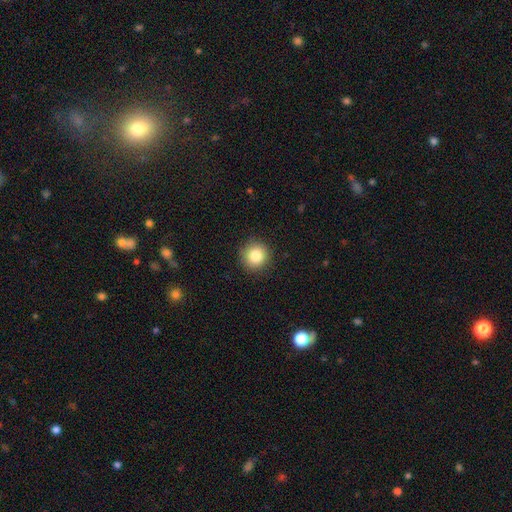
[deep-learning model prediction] Smooth or featured? Predicted: smooth (p=0.84). How rounded? Predicted: round (p=0.93). Merging? Predicted: none (p=0.90).